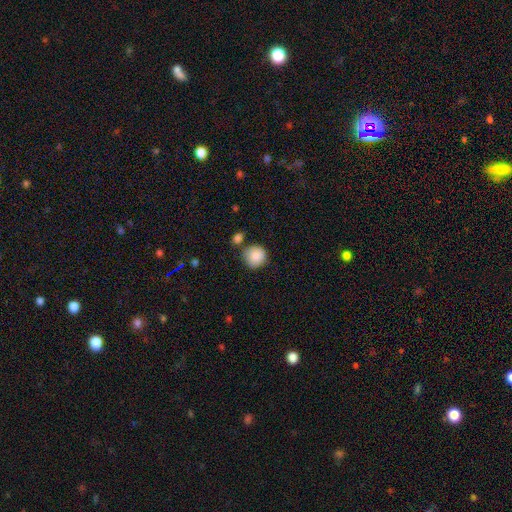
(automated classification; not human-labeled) smooth-or-featured: smooth: 88% | star or artifact: 7% | featured or disk: 5%
  how-rounded: round: 92% | in between: 7% | cigar-shaped: 1%
  merging: none: 72% | minor disturbance: 15% | merger: 10% | major disturbance: 4%